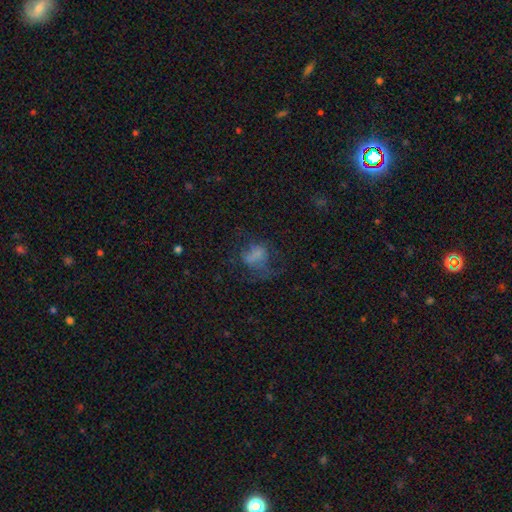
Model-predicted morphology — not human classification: Smooth or featured? Predicted: smooth (p=0.51). How rounded? Predicted: in between (p=0.55). Merging? Predicted: major disturbance (p=0.43).